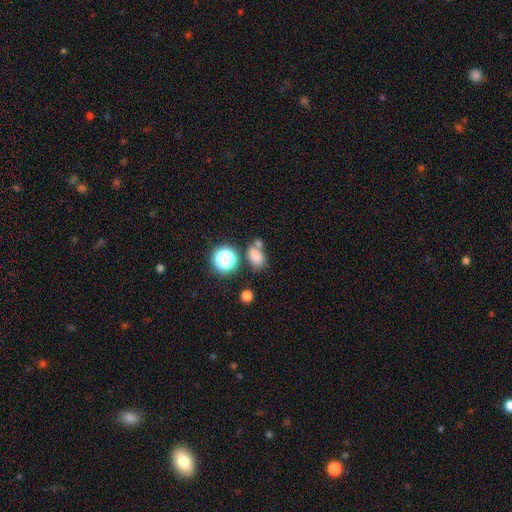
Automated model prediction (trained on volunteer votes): This appears to be a smooth galaxy with no disk features (78%) that is in between round and cigar-shaped (71%). Merging: none (58%).